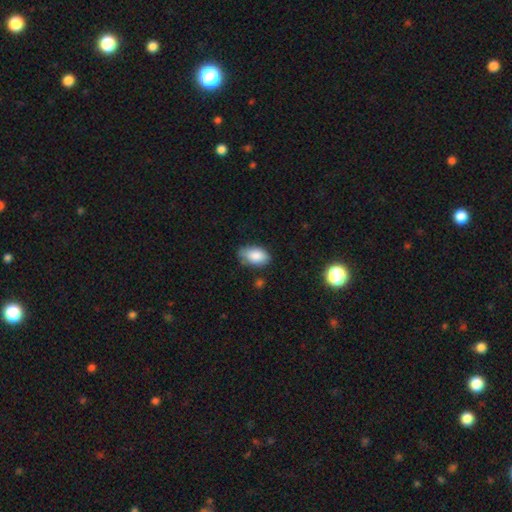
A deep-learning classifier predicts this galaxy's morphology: Smooth or featured?
  - smooth: 85% *
  - star or artifact: 7%
  - featured or disk: 7%
How rounded?
  - in between: 92% *
  - round: 6%
  - cigar-shaped: 2%
Merging?
  - none: 62% *
  - minor disturbance: 29%
  - major disturbance: 5%
  - merger: 3%